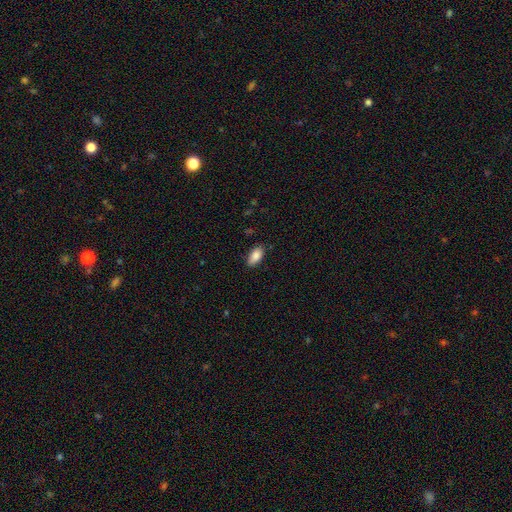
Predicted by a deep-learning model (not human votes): This is clearly a smooth galaxy (87%). How rounded: clearly in between (92%). Merging: clearly none (85%).